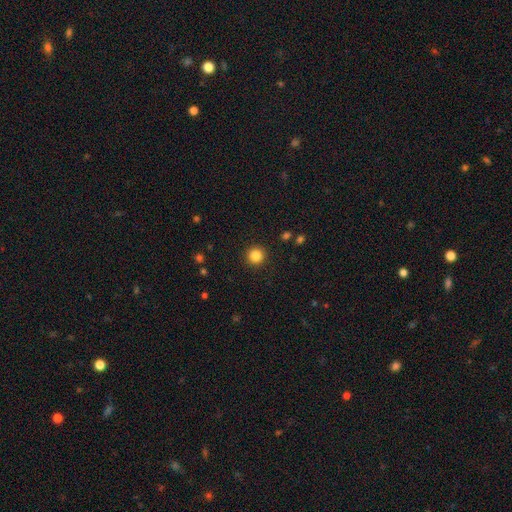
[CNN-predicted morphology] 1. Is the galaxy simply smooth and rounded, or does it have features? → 85% smooth, 11% star or artifact, 4% featured or disk.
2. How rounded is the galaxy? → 95% round, 4% in between, 1% cigar-shaped.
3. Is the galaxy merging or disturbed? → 92% none, 5% minor disturbance, 2% major disturbance, 1% merger.